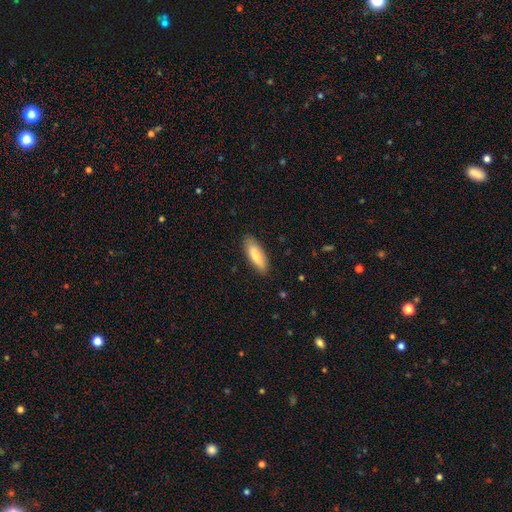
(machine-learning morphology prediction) Smooth or featured: smooth — 81% (featured or disk — 13%)
How rounded: in between — 62% (cigar-shaped — 36%)
Merging: none — 83% (minor disturbance — 13%)